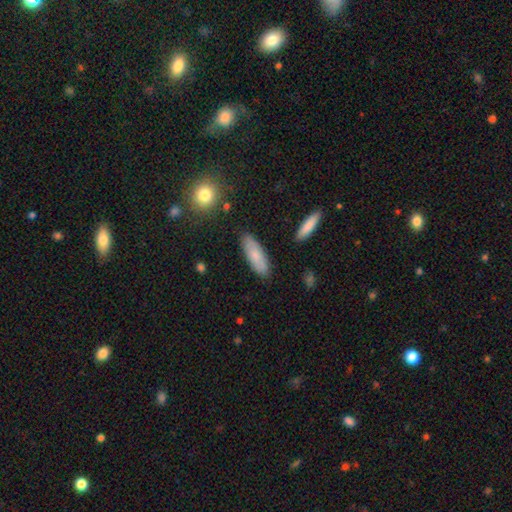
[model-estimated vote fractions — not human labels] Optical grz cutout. It shows a smooth galaxy with no disk features (76%) that is in between round and cigar-shaped (61%). Merging: none (85%).